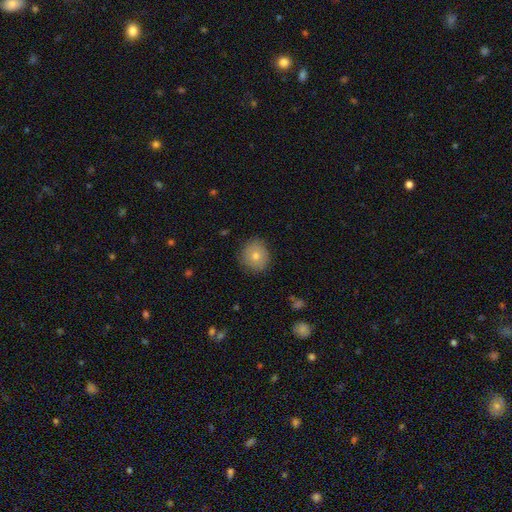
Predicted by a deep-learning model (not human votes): smooth-or-featured: smooth: 74% | featured or disk: 15% | star or artifact: 11%
  how-rounded: round: 89% | in between: 10% | cigar-shaped: 1%
  merging: none: 87% | minor disturbance: 9% | major disturbance: 2% | merger: 1%